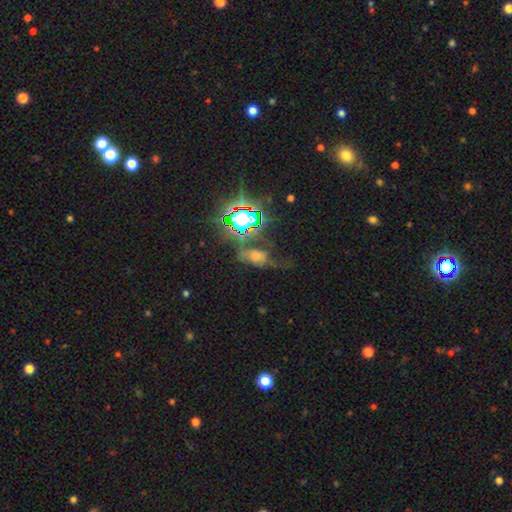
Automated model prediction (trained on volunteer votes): This is marginally a star or artifact rather than a galaxy (39%).